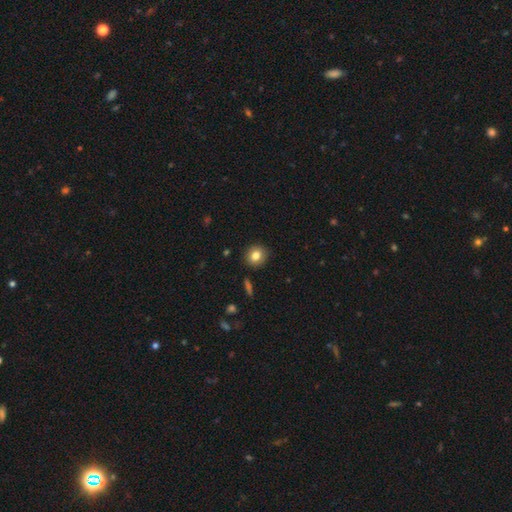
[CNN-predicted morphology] The model was most divided on "how rounded": round: 80%, in between: 19%, cigar-shaped: 1%. More confident: merging — none (90%); smooth or featured — smooth (81%).